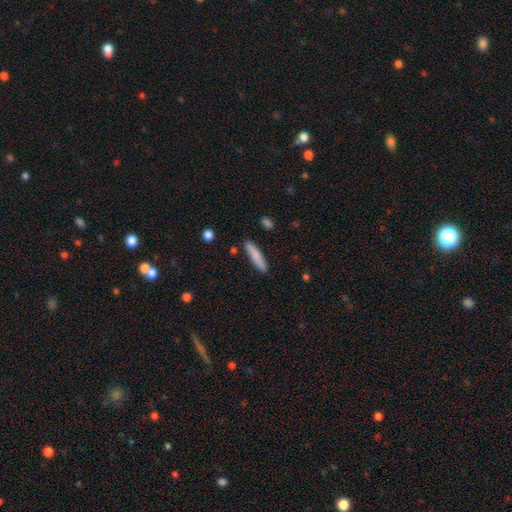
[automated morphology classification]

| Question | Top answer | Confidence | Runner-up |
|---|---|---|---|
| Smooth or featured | smooth | 81% | featured or disk (13%) |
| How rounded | cigar-shaped | 87% | in between (12%) |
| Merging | none | 87% | minor disturbance (9%) |